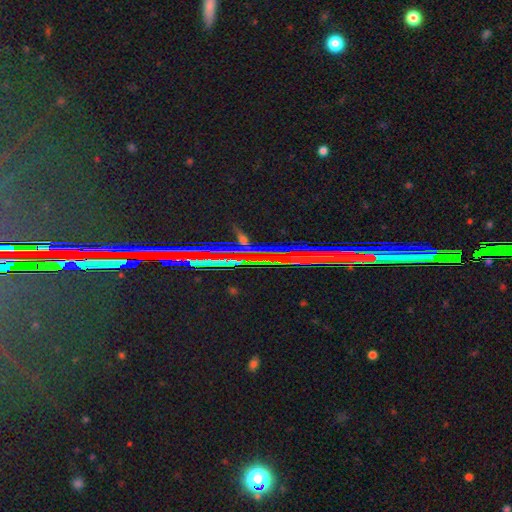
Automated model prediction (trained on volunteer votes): Smooth or featured? Predicted: star or artifact (p=0.80).